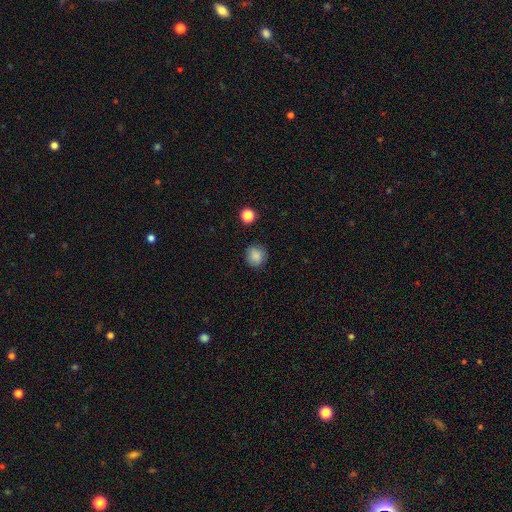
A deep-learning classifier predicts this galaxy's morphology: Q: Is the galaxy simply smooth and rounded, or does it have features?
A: smooth — 85%.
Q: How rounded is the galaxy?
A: round — 87%.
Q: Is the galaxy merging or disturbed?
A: none — 84%.